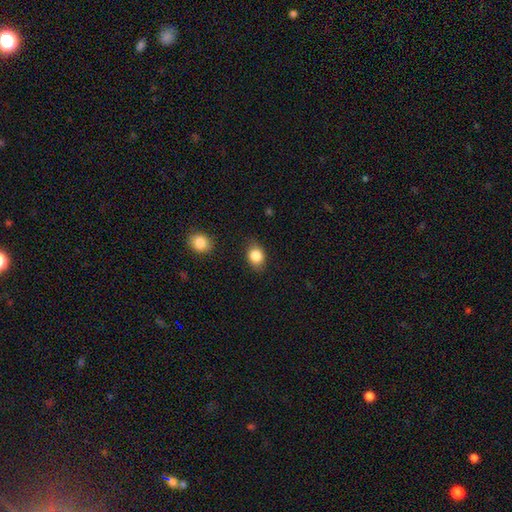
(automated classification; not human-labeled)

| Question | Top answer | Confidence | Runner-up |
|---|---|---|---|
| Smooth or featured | smooth | 86% | star or artifact (8%) |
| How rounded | in between | 58% | round (41%) |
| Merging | none | 80% | minor disturbance (15%) |